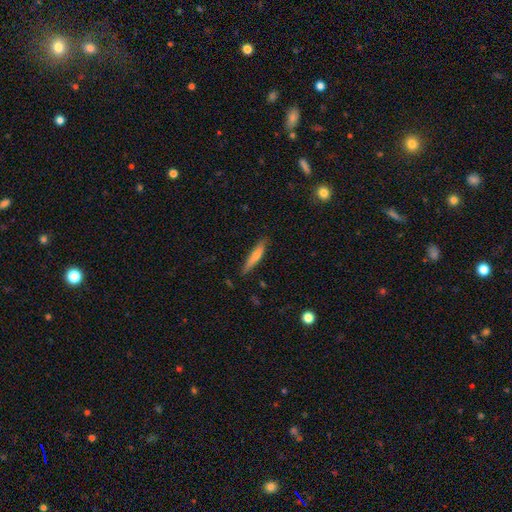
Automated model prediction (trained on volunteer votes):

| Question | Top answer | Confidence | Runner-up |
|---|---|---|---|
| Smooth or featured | smooth | 69% | featured or disk (25%) |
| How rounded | cigar-shaped | 87% | in between (12%) |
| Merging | none | 80% | minor disturbance (16%) |